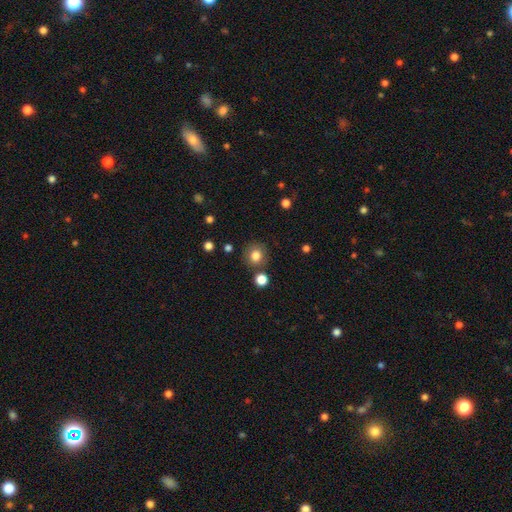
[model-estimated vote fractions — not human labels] smooth_or_featured: smooth (p=0.82) [alt: star or artifact p=0.11]
how_rounded: round (p=0.88) [alt: in between p=0.11]
merging: none (p=0.83) [alt: minor disturbance p=0.09]